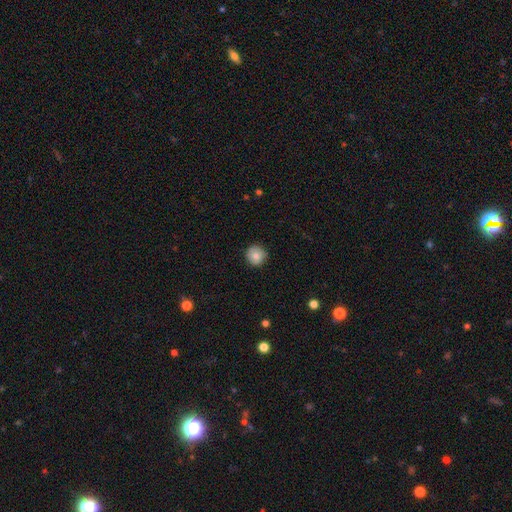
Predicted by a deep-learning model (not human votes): Q: Smooth or featured?
A: smooth (81%); runner-up: featured or disk (11%)
Q: How rounded?
A: round (94%); runner-up: in between (5%)
Q: Merging?
A: none (88%); runner-up: minor disturbance (9%)